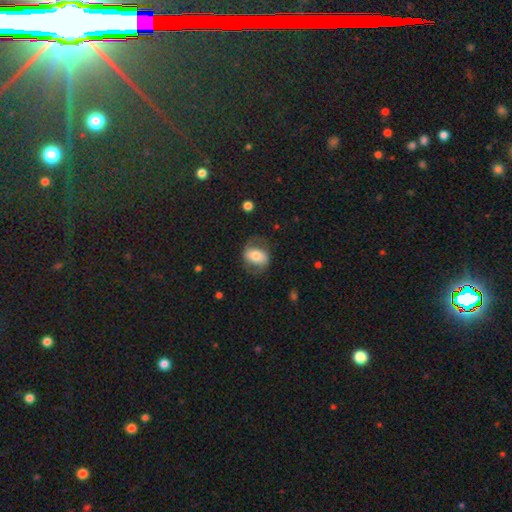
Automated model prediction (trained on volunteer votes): Smooth or featured? Predicted: smooth (p=0.51). How rounded? Predicted: in between (p=0.65). Merging? Predicted: none (p=0.65).